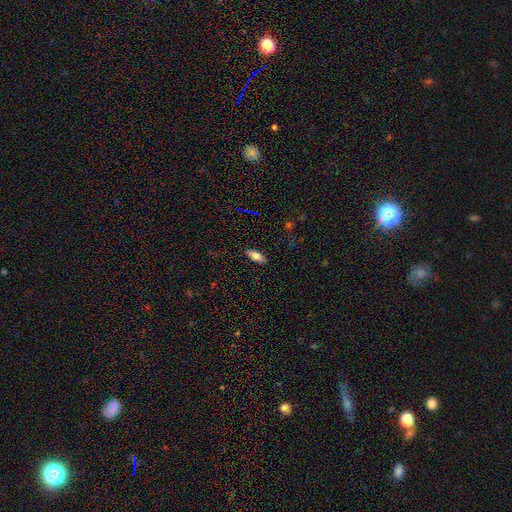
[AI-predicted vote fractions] This appears to be a smooth galaxy with no disk features (76%) that is in between round and cigar-shaped (80%). Merging: none (88%).